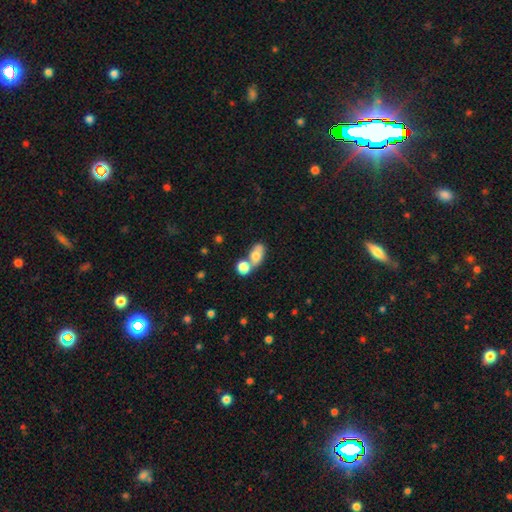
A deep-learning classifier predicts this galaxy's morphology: Q: Smooth or featured?
A: smooth (72%); runner-up: featured or disk (19%)
Q: How rounded?
A: in between (78%); runner-up: round (17%)
Q: Merging?
A: merger (52%); runner-up: none (32%)